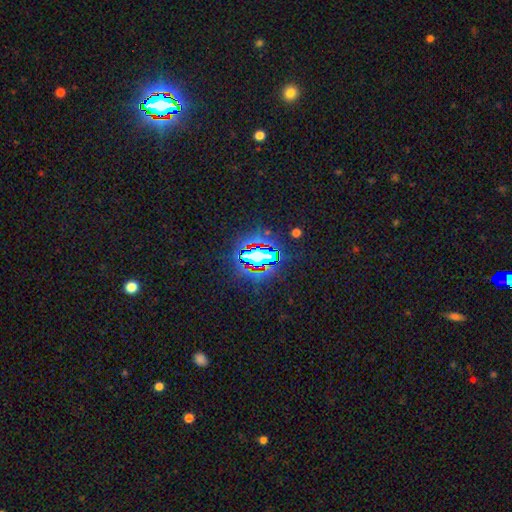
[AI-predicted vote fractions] star or artifact 71%, smooth 17%, featured or disk 12%.